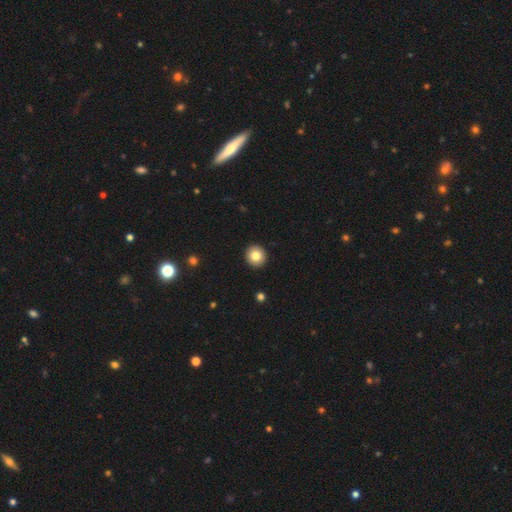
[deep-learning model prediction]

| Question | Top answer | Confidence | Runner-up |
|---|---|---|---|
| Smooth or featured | smooth | 82% | star or artifact (9%) |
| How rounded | round | 93% | in between (6%) |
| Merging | none | 93% | minor disturbance (4%) |